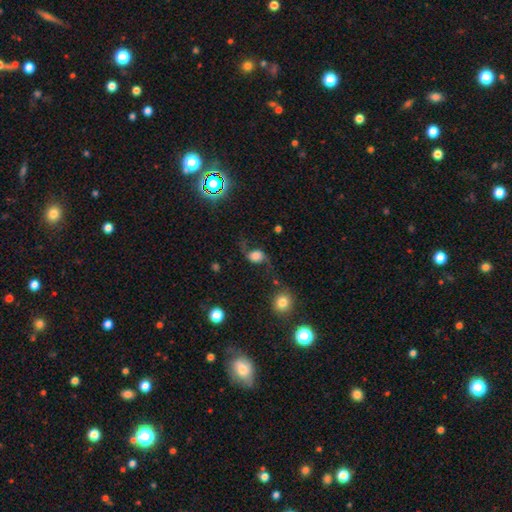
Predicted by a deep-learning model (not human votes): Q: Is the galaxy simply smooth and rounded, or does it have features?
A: featured or disk — 58%.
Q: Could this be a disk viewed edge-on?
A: no — 95%.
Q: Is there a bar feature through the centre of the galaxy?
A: no — 63%.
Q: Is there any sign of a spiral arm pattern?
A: yes — 93%.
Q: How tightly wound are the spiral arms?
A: loose — 89%.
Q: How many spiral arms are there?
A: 2 — 92%.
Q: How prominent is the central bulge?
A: large — 37%.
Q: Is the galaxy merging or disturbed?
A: none — 60%.